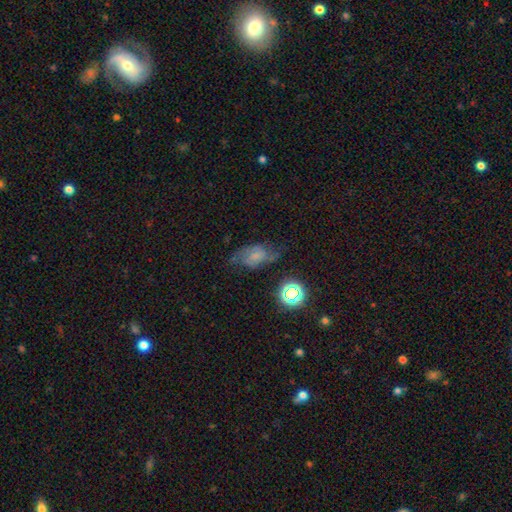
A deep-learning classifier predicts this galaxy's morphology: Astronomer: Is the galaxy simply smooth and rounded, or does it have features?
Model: featured or disk — 47% (runner-up: smooth, 37%).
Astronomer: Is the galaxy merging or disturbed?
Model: none — 53%.